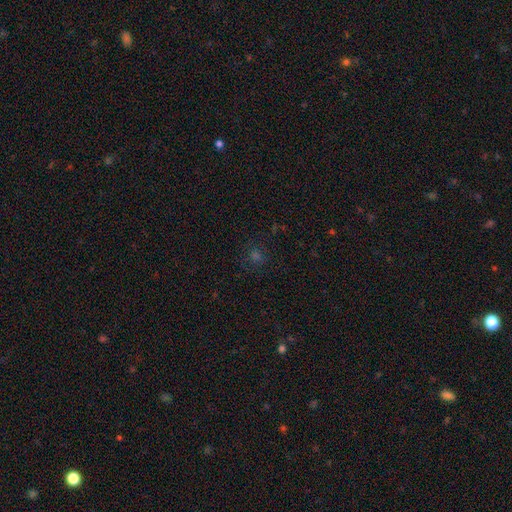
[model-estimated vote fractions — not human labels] smooth-or-featured: smooth: 49% | star or artifact: 42% | featured or disk: 9%
  merging: none: 84% | minor disturbance: 9% | major disturbance: 4% | merger: 2%